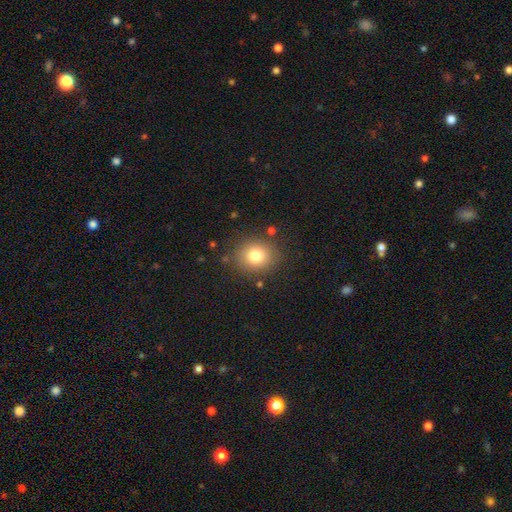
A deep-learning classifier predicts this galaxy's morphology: Q: Smooth or featured?
A: smooth (79%); runner-up: star or artifact (11%)
Q: How rounded?
A: round (76%); runner-up: in between (23%)
Q: Merging?
A: none (84%); runner-up: minor disturbance (10%)